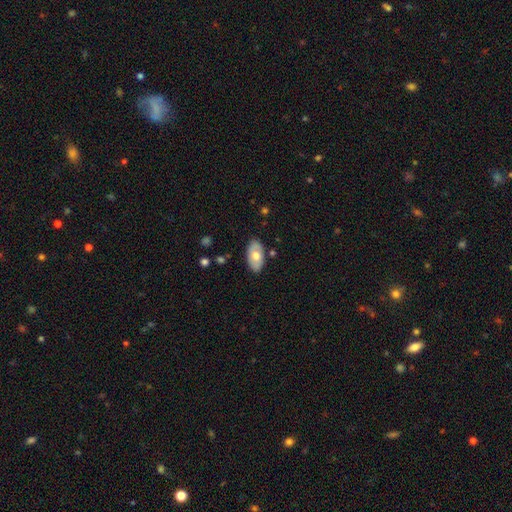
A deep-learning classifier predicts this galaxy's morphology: Smooth or featured? smooth (59%)
How rounded? in between (94%)
Merging? none (84%)